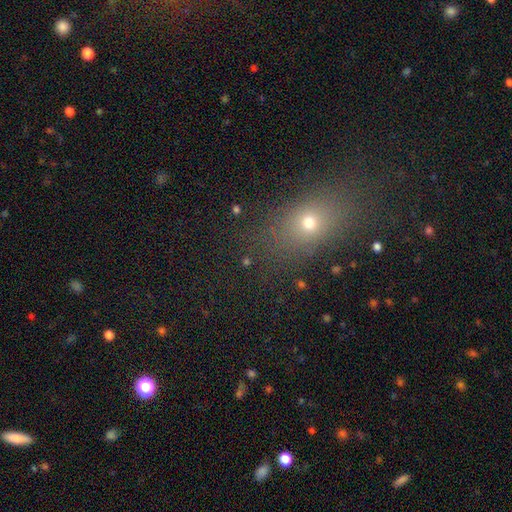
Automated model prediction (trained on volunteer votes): A smooth galaxy with no disk features (57%) that is in between round and cigar-shaped (63%).

Vote fractions:
- Smooth or featured? smooth: 57% / star or artifact: 31% / featured or disk: 12%
- How rounded? in between: 63% / round: 31% / cigar-shaped: 5%
- Merging? none: 86% / minor disturbance: 9% / major disturbance: 4% / merger: 2%